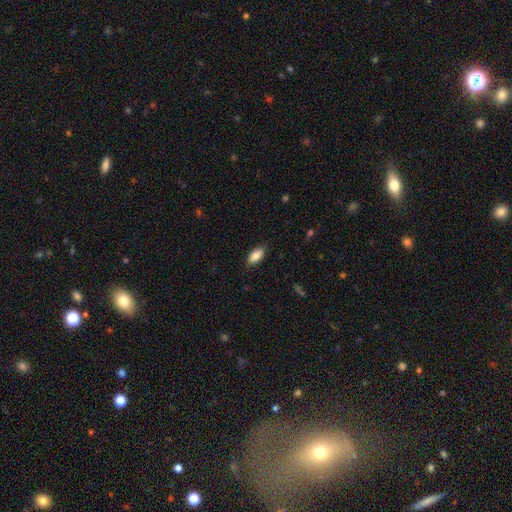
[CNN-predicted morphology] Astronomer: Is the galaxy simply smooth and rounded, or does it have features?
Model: smooth — 84%.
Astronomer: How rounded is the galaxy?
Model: in between — 89%.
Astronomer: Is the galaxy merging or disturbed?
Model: none — 84%.